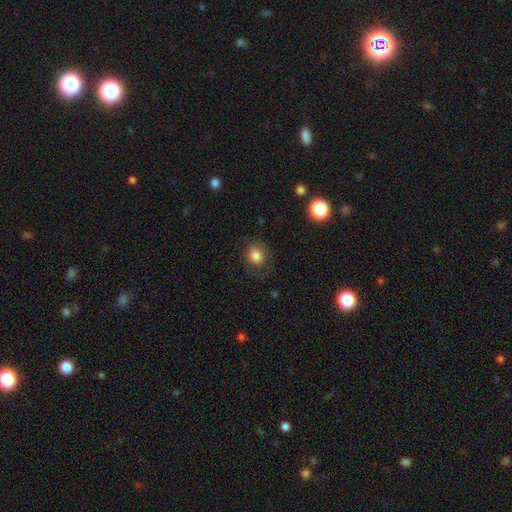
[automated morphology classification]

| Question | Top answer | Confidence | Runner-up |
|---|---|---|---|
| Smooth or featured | smooth | 80% | star or artifact (10%) |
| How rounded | round | 68% | in between (31%) |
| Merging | none | 69% | minor disturbance (18%) |